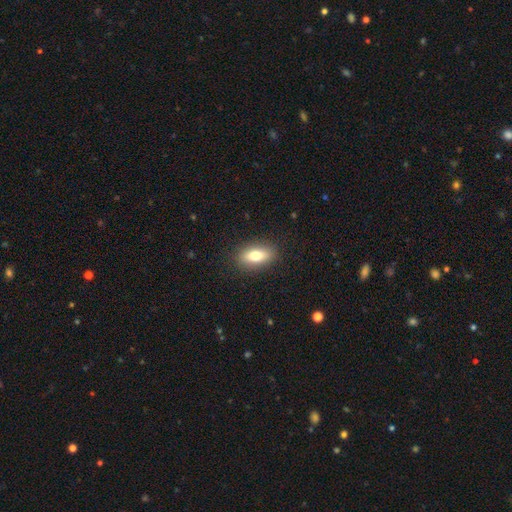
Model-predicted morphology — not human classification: smooth_or_featured: smooth (p=0.76) [alt: featured or disk p=0.17]
how_rounded: in between (p=0.81) [alt: cigar-shaped p=0.13]
merging: none (p=0.88) [alt: minor disturbance p=0.09]